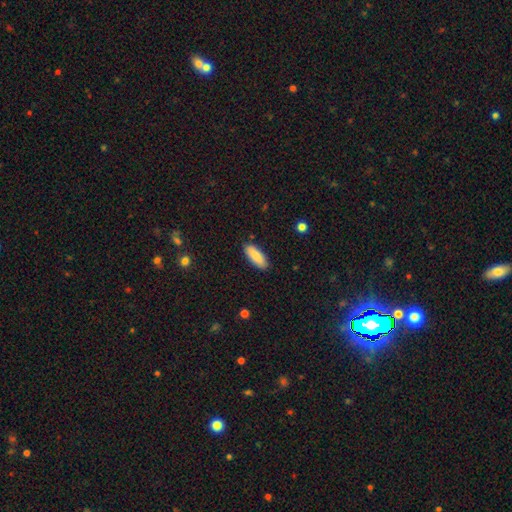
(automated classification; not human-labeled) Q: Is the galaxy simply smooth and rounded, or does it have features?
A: smooth — 88%.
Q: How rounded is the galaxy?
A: in between — 70%.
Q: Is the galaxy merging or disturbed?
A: none — 88%.